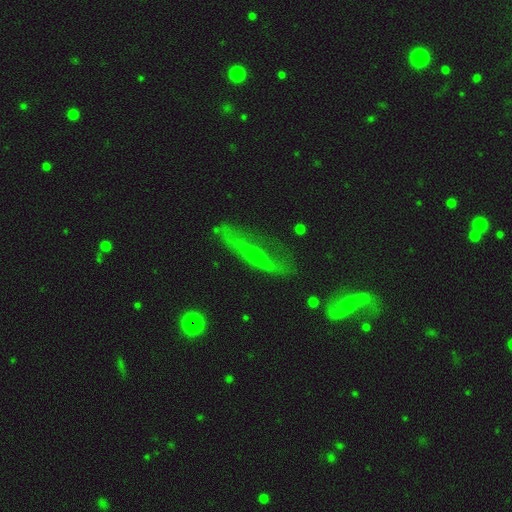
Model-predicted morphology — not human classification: Smooth or featured? Predicted: featured or disk (p=0.54). Edge-on disk? Predicted: yes (p=0.64). Merging? Predicted: none (p=0.52).